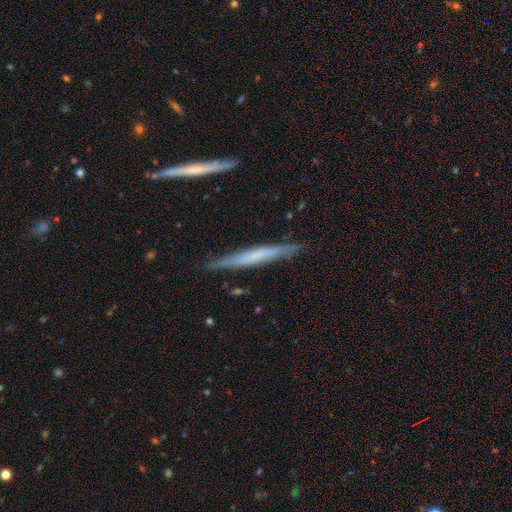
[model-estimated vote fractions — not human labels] This is possibly a smooth galaxy (48%). Merging: clearly none (86%).